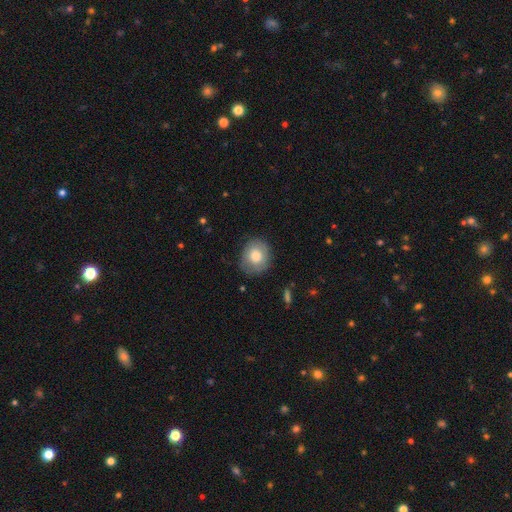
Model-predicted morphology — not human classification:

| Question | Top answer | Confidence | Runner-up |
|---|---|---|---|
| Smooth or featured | smooth | 72% | featured or disk (21%) |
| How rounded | round | 71% | in between (28%) |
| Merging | none | 77% | minor disturbance (17%) |